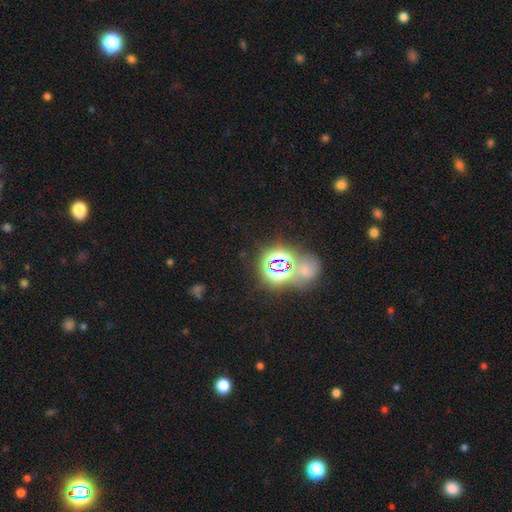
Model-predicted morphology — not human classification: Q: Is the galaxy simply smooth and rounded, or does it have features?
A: star or artifact — 72%.